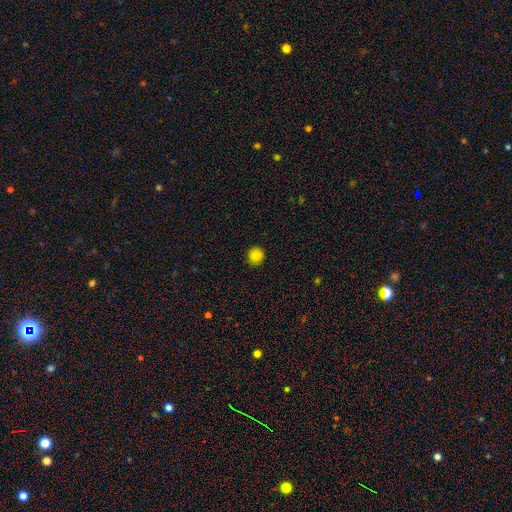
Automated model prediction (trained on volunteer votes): This appears to be a smooth galaxy with no disk features (85%) that is round (90%). Merging: none (91%).